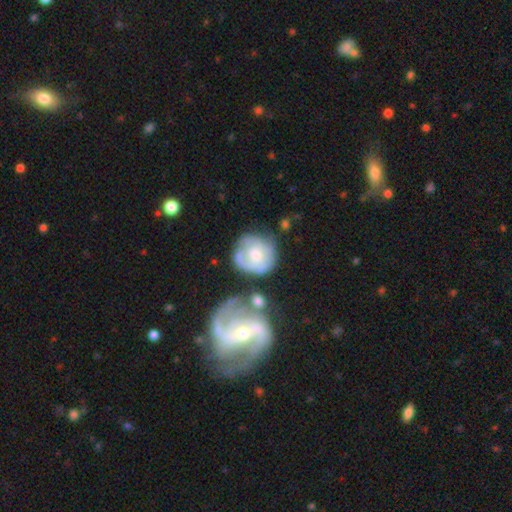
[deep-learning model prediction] This is possibly a smooth galaxy (47%). Merging: possibly none (46%).